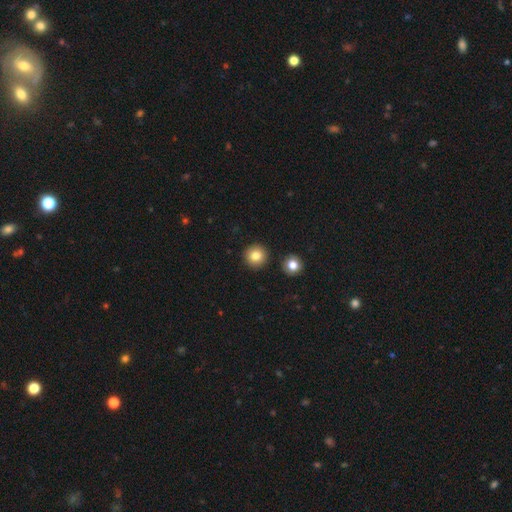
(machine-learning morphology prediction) This is clearly a smooth galaxy (83%). How rounded: clearly round (94%). Merging: clearly none (90%).